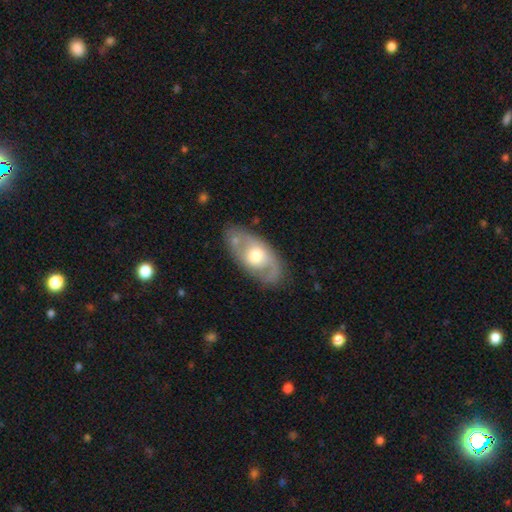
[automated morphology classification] A featured or disk galaxy (59%) with no bar (71%), no spiral arms (53%) and a moderate central bulge (68%).

Vote fractions:
- Smooth or featured? featured or disk: 59% / smooth: 36% / star or artifact: 5%
- Edge-on disk? no: 88% / yes: 12%
- Bar? no: 71% / weak: 23% / strong: 6%
- Spiral arms? no: 53% / yes: 47%
- Bulge size? moderate: 68% / large: 19% / small: 11% / dominant: 1% / none: 1%
- Merging? none: 76% / minor disturbance: 16% / major disturbance: 6% / merger: 3%